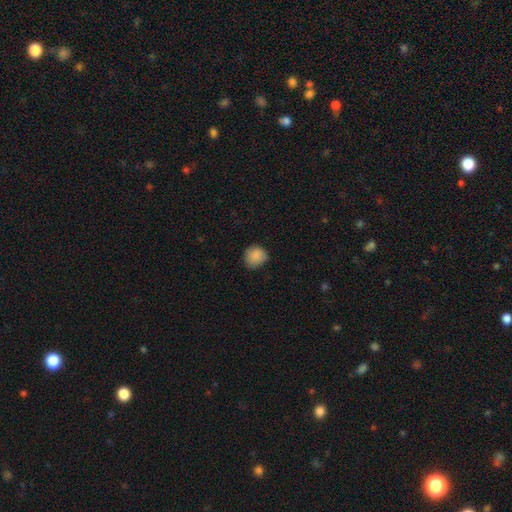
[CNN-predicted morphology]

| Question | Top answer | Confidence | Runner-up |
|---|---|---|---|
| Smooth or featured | smooth | 87% | star or artifact (8%) |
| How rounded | round | 83% | in between (16%) |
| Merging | none | 72% | minor disturbance (23%) |